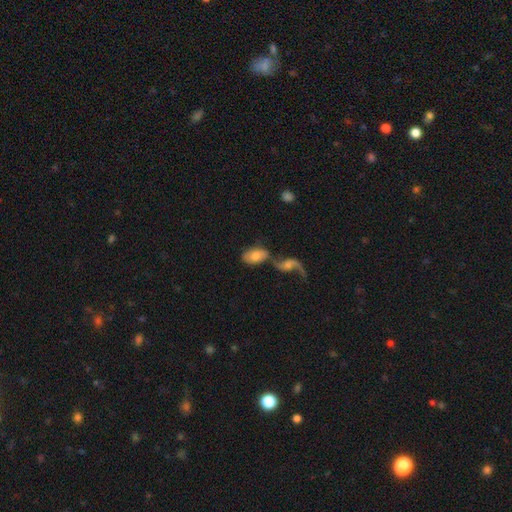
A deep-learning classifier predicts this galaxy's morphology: type=smooth (64%); roundness=in between (92%); merging=merger (48%).